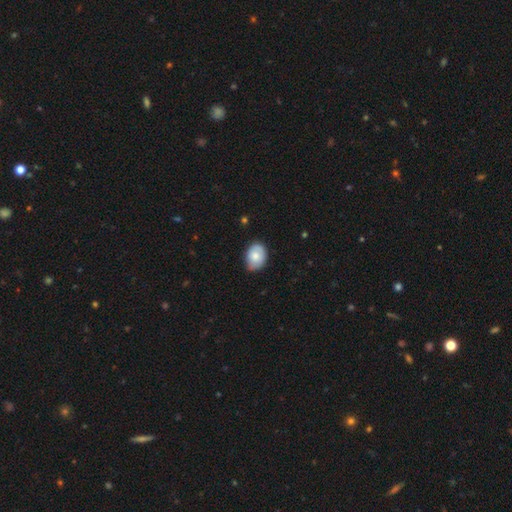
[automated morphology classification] This is likely a smooth galaxy (78%). How rounded: likely in between (70%). Merging: likely none (72%).